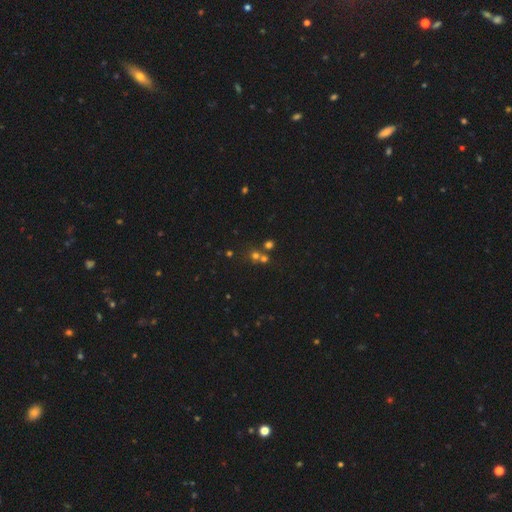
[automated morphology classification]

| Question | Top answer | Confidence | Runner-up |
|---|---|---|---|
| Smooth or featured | smooth | 53% | star or artifact (35%) |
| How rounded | round | 88% | in between (11%) |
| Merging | none | 56% | merger (35%) |